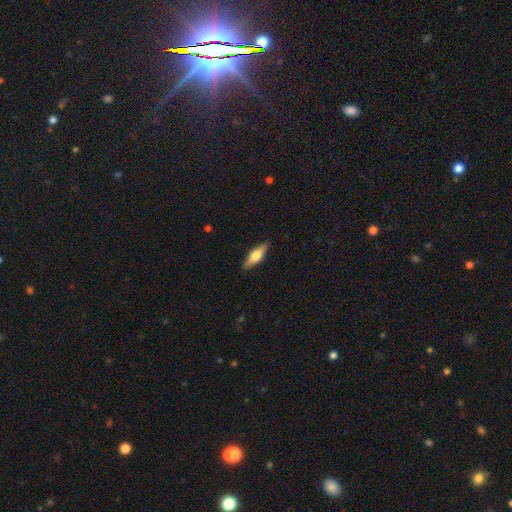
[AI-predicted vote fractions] A smooth galaxy with no disk features (53%) that is cigar-shaped (54%).

Vote fractions:
- Smooth or featured? smooth: 53% / featured or disk: 41% / star or artifact: 6%
- How rounded? cigar-shaped: 54% / in between: 44% / round: 2%
- Merging? none: 89% / minor disturbance: 9% / major disturbance: 2% / merger: 1%